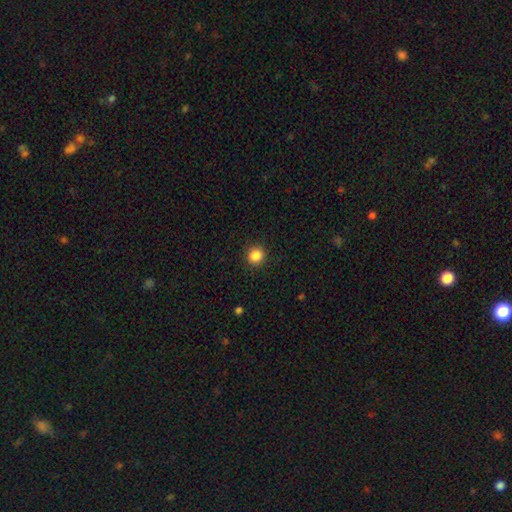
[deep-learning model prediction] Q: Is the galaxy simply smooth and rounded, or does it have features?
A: smooth — 86%.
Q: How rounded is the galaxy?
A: round — 92%.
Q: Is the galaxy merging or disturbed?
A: none — 92%.